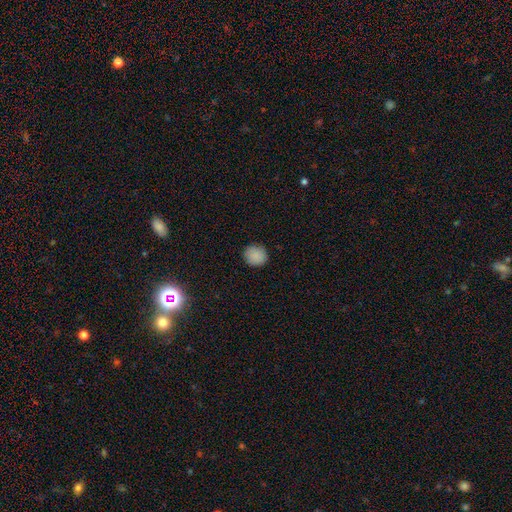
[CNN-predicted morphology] Smooth or featured: smooth — 88% (star or artifact — 8%)
How rounded: round — 87% (in between — 12%)
Merging: none — 89% (minor disturbance — 8%)